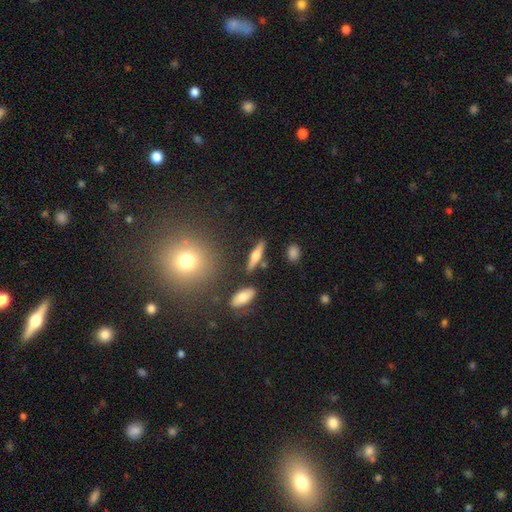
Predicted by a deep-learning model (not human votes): Morphology: type=featured or disk (50%); edge-on=yes (92%); merging=none (81%).